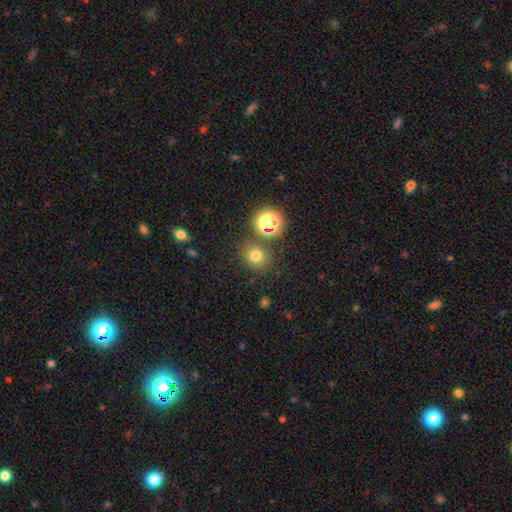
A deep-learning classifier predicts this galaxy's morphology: A smooth galaxy with no disk features (71%) that is round (84%). Merging: none (81%).